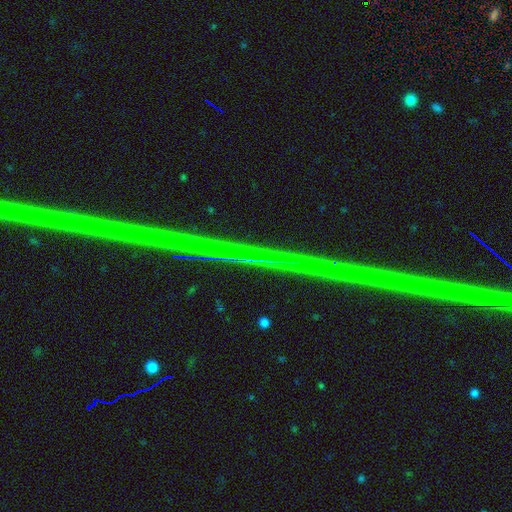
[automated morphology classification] This appears to be a star or artifact, not a galaxy (82%).